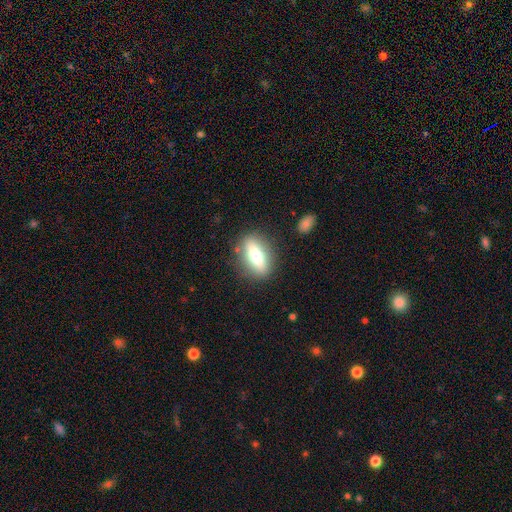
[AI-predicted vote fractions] smooth_or_featured: smooth (p=0.53) [alt: featured or disk p=0.38]
how_rounded: in between (p=0.64) [alt: cigar-shaped p=0.25]
merging: none (p=0.84) [alt: minor disturbance p=0.10]